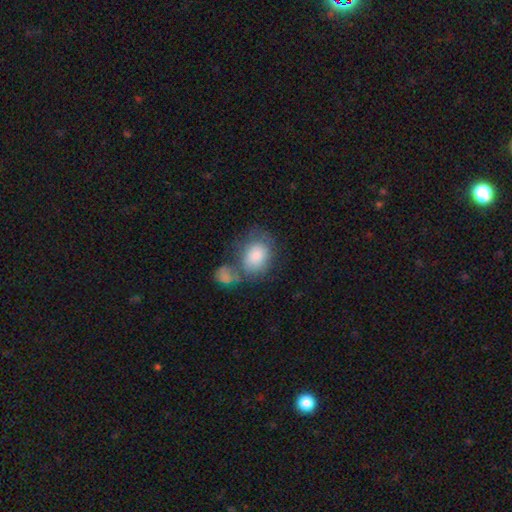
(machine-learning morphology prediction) Smooth or featured?
  - smooth: 81% *
  - featured or disk: 12%
  - star or artifact: 7%
How rounded?
  - in between: 53% *
  - round: 46%
  - cigar-shaped: 1%
Merging?
  - none: 37% *
  - merger: 33%
  - minor disturbance: 18%
  - major disturbance: 12%